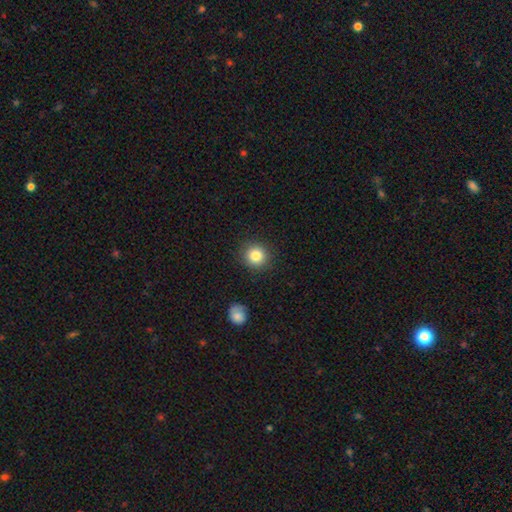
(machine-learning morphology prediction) smooth-or-featured: smooth: 84% | star or artifact: 10% | featured or disk: 6%
  how-rounded: round: 92% | in between: 7% | cigar-shaped: 1%
  merging: none: 90% | minor disturbance: 6% | major disturbance: 2% | merger: 1%